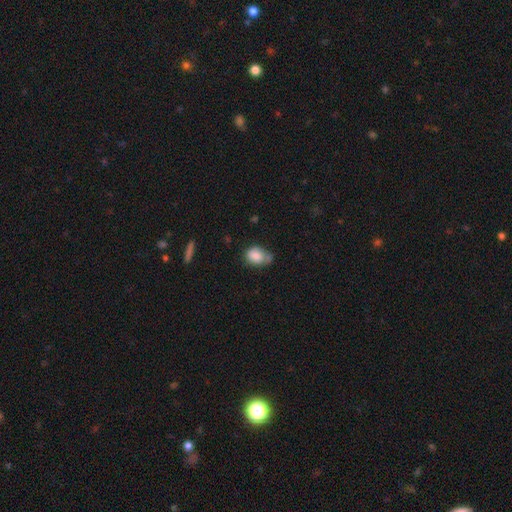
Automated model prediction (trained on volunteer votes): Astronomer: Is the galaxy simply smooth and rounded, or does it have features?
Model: smooth — 83%.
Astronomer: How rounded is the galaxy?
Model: in between — 69%.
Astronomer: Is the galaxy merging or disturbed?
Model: none — 45% (runner-up: minor disturbance, 32%).